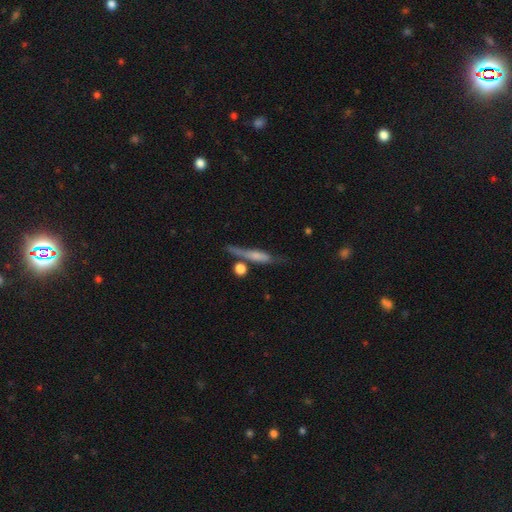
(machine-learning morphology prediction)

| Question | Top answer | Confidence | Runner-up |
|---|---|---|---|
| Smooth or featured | smooth | 50% | featured or disk (42%) |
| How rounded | cigar-shaped | 79% | in between (15%) |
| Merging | none | 54% | minor disturbance (22%) |